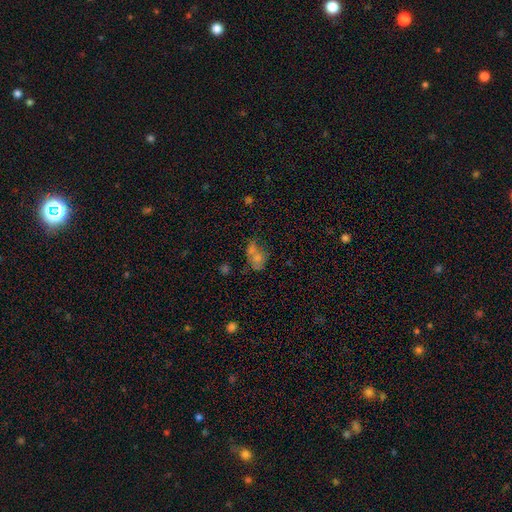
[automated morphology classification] A smooth galaxy with no disk features (61%) that is in between round and cigar-shaped (66%).

Vote fractions:
- Smooth or featured? smooth: 61% / featured or disk: 23% / star or artifact: 16%
- How rounded? in between: 66% / round: 32% / cigar-shaped: 2%
- Merging? merger: 44% / none: 27% / minor disturbance: 16% / major disturbance: 13%